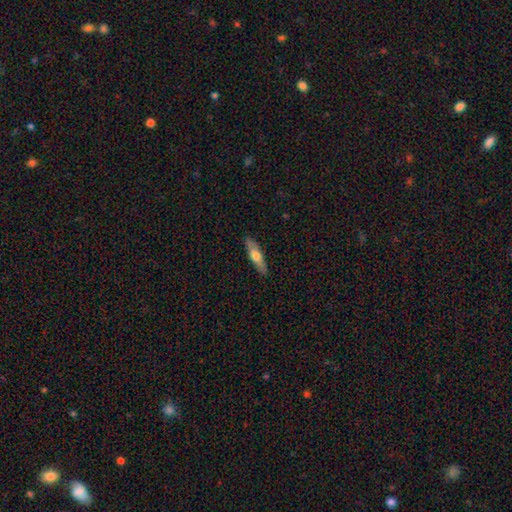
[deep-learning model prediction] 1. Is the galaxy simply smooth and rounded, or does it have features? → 61% smooth, 34% featured or disk, 6% star or artifact.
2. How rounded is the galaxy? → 62% cigar-shaped, 36% in between, 2% round.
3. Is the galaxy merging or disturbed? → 88% none, 9% minor disturbance, 2% major disturbance, 1% merger.